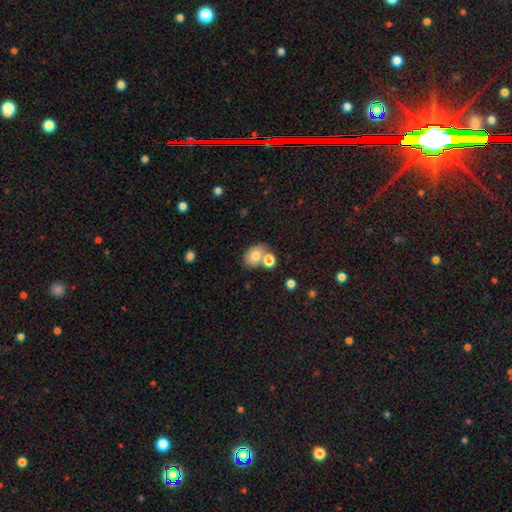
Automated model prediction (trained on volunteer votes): Q: Smooth or featured?
A: smooth (76%); runner-up: featured or disk (13%)
Q: How rounded?
A: in between (62%); runner-up: round (37%)
Q: Merging?
A: none (52%); runner-up: merger (31%)